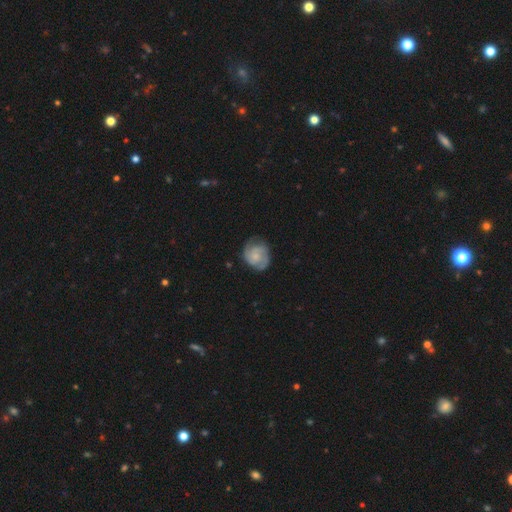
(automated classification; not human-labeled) featured or disk 59%, smooth 34%, star or artifact 7%. Down the decision tree: edge-on disk — no (98%); bar — no (70%); spiral arms — yes (91%); spiral arm count — 2 (58%); spiral winding — tight (46%); bulge size — small (51%); merging — none (70%).